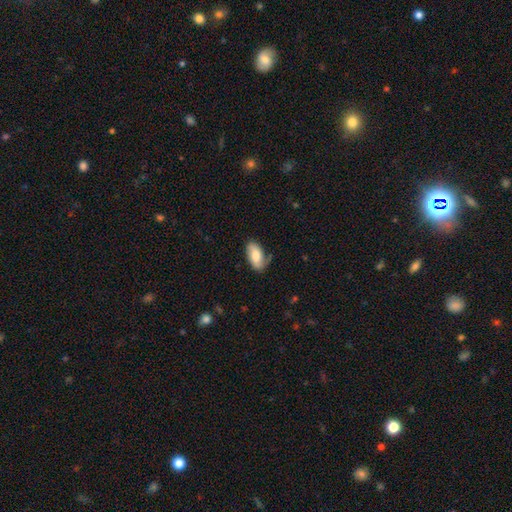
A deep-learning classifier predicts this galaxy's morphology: Smooth or featured: smooth — 69% (featured or disk — 25%)
How rounded: in between — 92% (cigar-shaped — 5%)
Merging: none — 64% (minor disturbance — 26%)